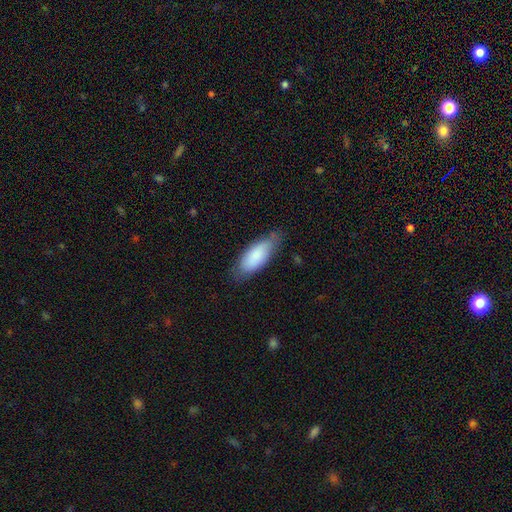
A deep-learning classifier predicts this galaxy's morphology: type=smooth (81%); roundness=in between (78%); merging=none (70%).